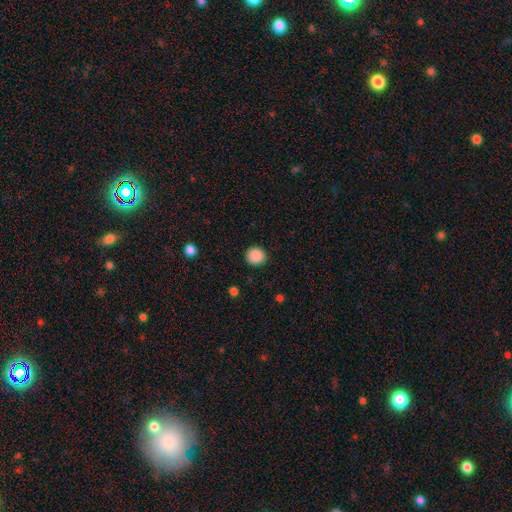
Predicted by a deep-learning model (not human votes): The model was most divided on "smooth or featured": smooth: 89%, star or artifact: 9%, featured or disk: 2%. More confident: merging — none (91%); how rounded — round (90%).